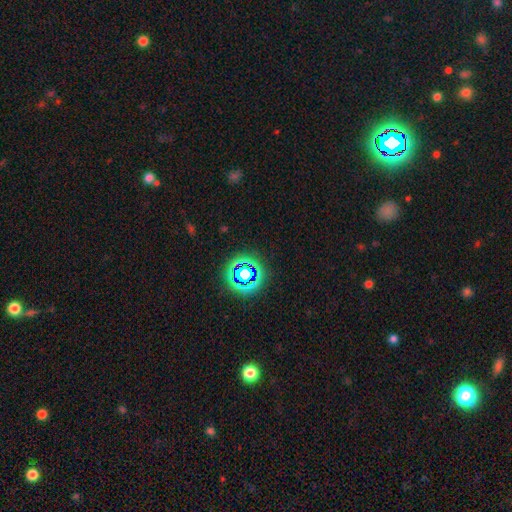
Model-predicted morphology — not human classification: type=star or artifact (70%).